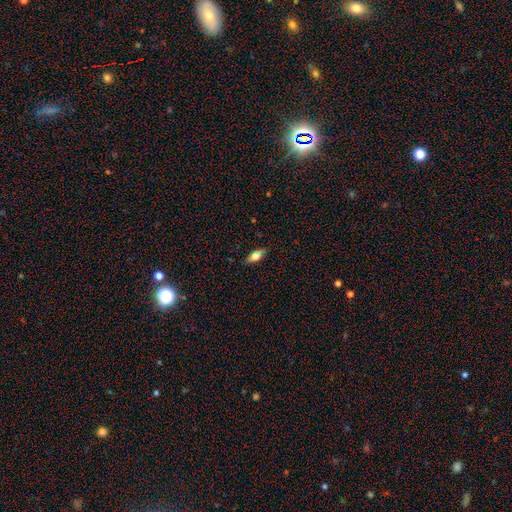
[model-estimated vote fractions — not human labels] Smooth or featured? Predicted: smooth (p=0.62). How rounded? Predicted: in between (p=0.78). Merging? Predicted: none (p=0.86).